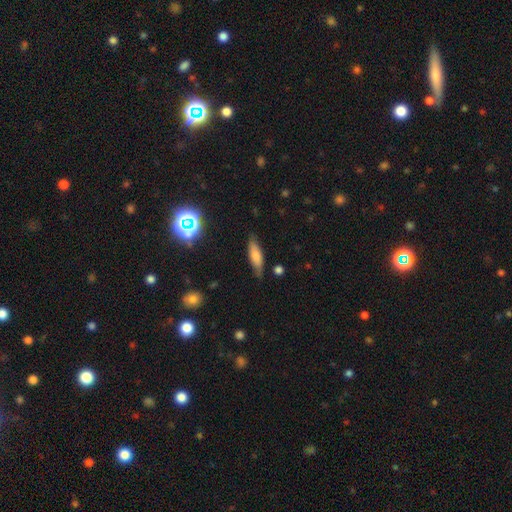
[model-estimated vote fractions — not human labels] This appears to be a smooth galaxy with no disk features (67%) that is cigar-shaped (54%). Merging: none (78%).